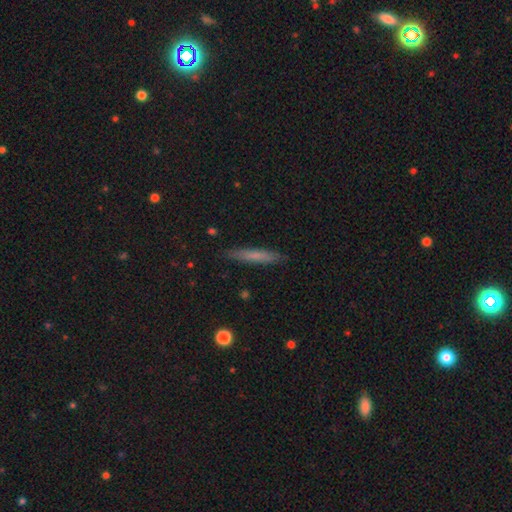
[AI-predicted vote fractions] smooth_or_featured: smooth (p=0.70) [alt: featured or disk p=0.24]
how_rounded: cigar-shaped (p=0.93) [alt: in between p=0.05]
merging: none (p=0.89) [alt: minor disturbance p=0.08]